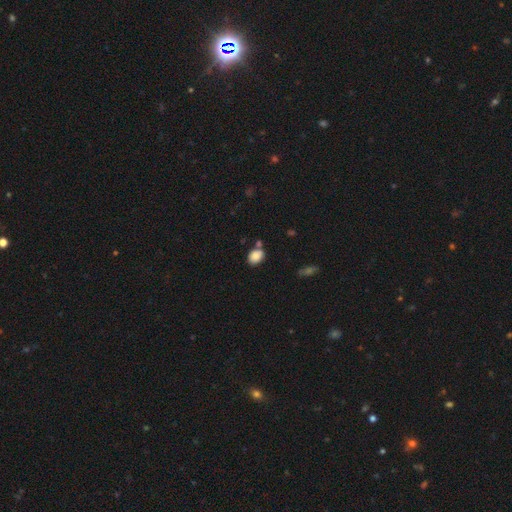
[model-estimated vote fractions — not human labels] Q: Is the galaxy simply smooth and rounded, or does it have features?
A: smooth — 85%.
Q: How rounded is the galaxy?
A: in between — 64%.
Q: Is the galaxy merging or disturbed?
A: none — 61%.